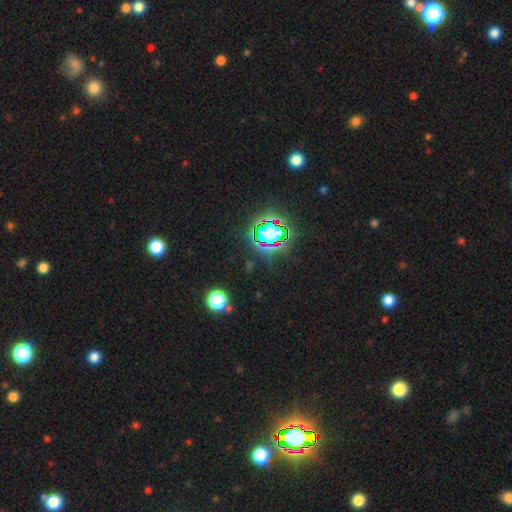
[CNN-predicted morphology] smooth-or-featured: star or artifact: 82% | smooth: 11% | featured or disk: 7%